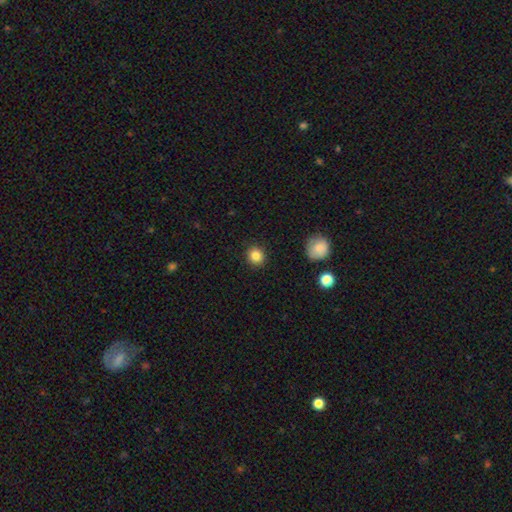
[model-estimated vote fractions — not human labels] Q: Smooth or featured?
A: smooth (85%); runner-up: star or artifact (10%)
Q: How rounded?
A: round (87%); runner-up: in between (12%)
Q: Merging?
A: none (91%); runner-up: minor disturbance (6%)